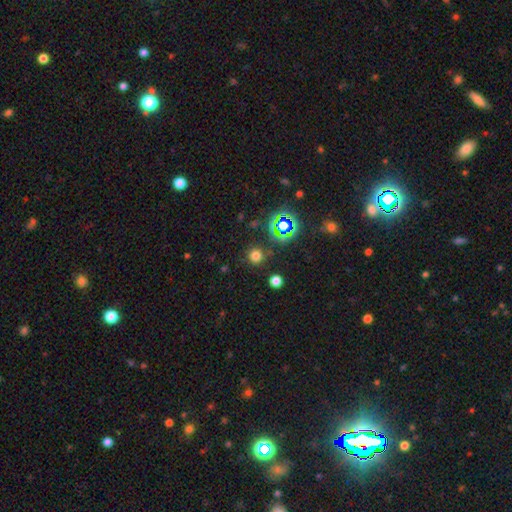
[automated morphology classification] A smooth galaxy with no disk features (69%) that is round (94%). Merging: none (85%).